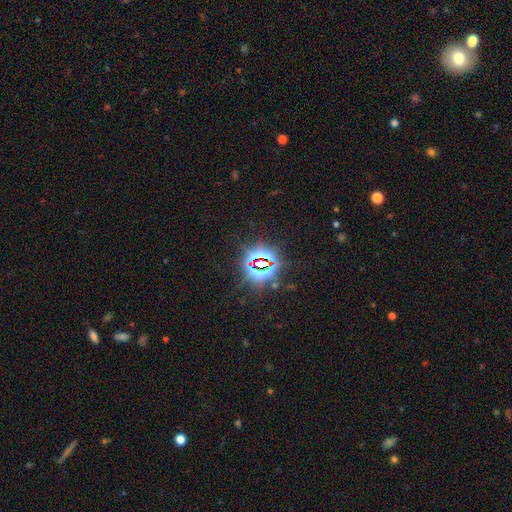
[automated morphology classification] The model was most divided on "smooth or featured": star or artifact: 82%, smooth: 11%, featured or disk: 7%.